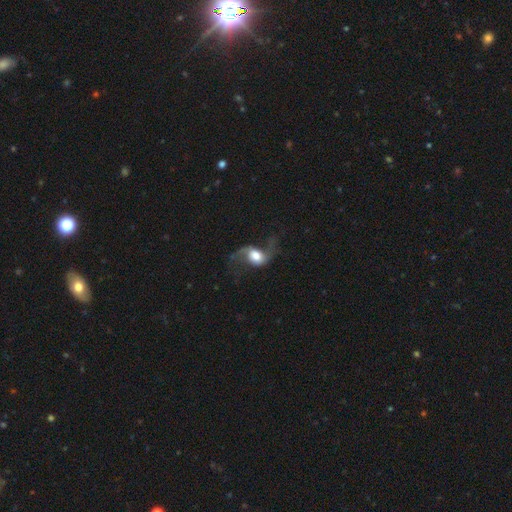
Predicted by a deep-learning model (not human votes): Morphology: type=featured or disk (66%); edge-on=no (95%); bar=no (60%); spiral arms=yes (88%); winding=loose (83%); arm count=2 (88%); bulge=large (45%); merging=none (46%).